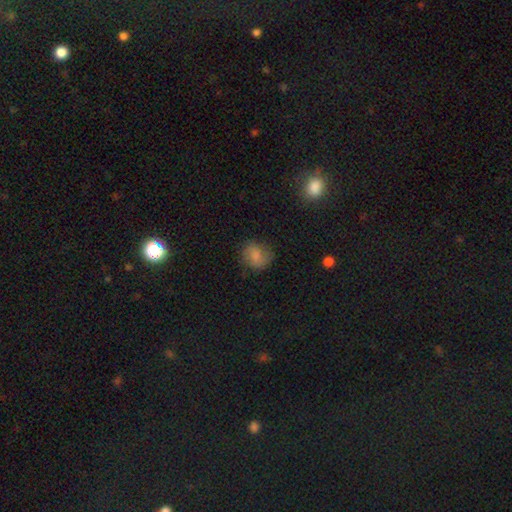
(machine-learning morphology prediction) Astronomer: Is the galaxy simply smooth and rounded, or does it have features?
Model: smooth — 69%.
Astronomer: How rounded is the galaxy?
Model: round — 72%.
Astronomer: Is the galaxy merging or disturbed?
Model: none — 71%.